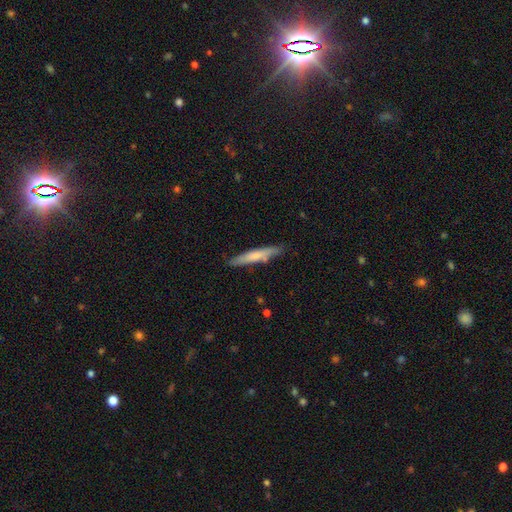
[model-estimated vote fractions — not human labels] Q: Smooth or featured?
A: smooth (64%); runner-up: featured or disk (31%)
Q: How rounded?
A: cigar-shaped (93%); runner-up: in between (6%)
Q: Merging?
A: none (81%); runner-up: minor disturbance (14%)